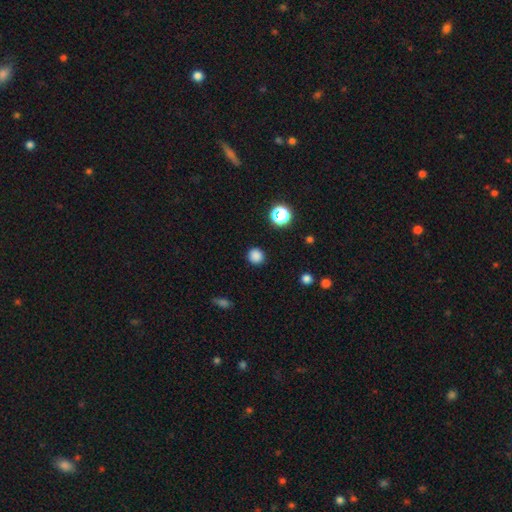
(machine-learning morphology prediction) Smooth or featured? Predicted: smooth (p=0.84). How rounded? Predicted: round (p=0.92). Merging? Predicted: none (p=0.90).